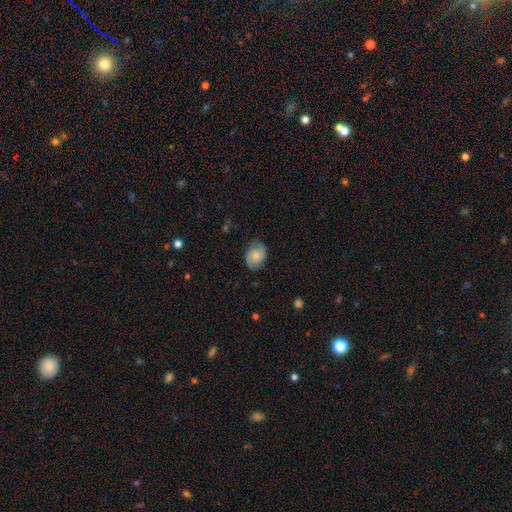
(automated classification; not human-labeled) This is possibly a smooth galaxy (59%). How rounded: likely in between (67%). Merging: likely none (73%).